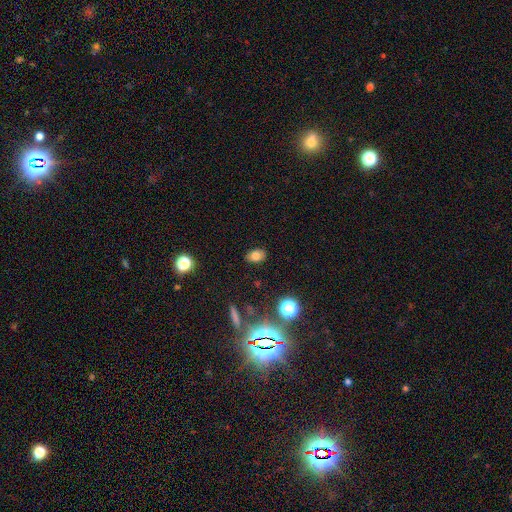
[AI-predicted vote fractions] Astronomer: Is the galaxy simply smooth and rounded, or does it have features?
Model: smooth — 77%.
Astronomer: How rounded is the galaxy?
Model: in between — 79%.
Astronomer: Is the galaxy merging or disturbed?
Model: none — 85%.